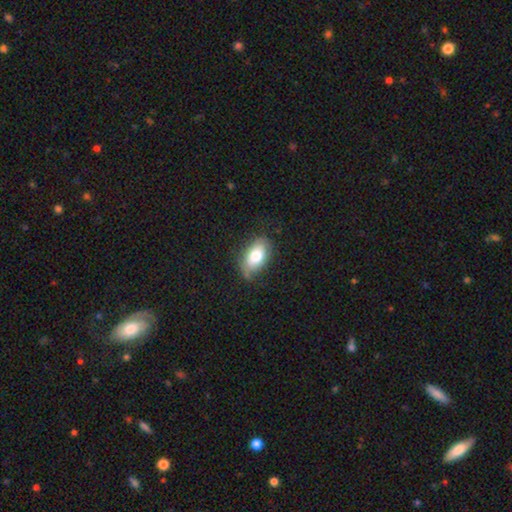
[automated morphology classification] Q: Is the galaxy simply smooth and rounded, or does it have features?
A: smooth — 76%.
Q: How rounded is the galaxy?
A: in between — 93%.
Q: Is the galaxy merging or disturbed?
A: none — 71%.